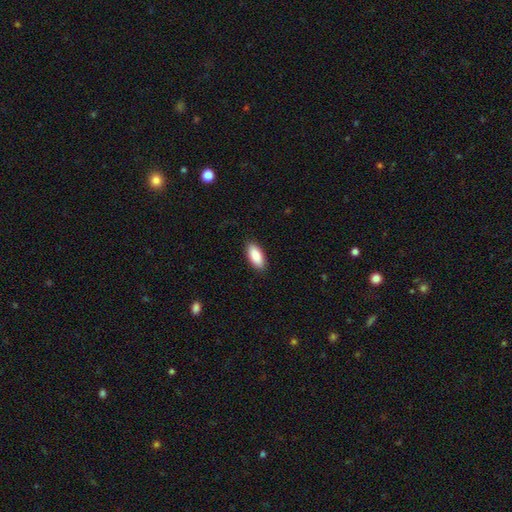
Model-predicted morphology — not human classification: smooth_or_featured: smooth (p=0.88) [alt: star or artifact p=0.06]
how_rounded: in between (p=0.88) [alt: cigar-shaped p=0.10]
merging: none (p=0.89) [alt: minor disturbance p=0.08]